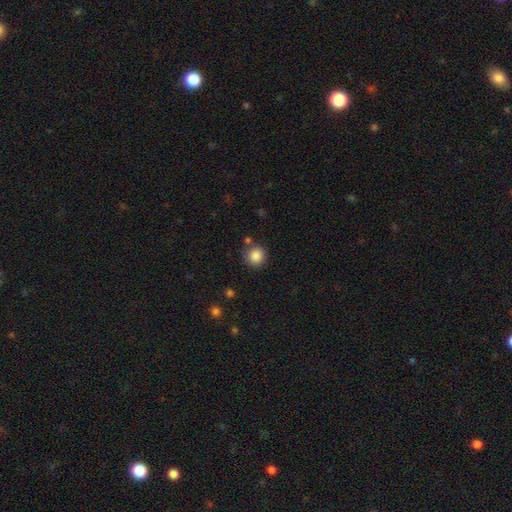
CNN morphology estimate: Q: Smooth or featured?
A: smooth (87%); runner-up: star or artifact (10%)
Q: How rounded?
A: round (91%); runner-up: in between (8%)
Q: Merging?
A: none (81%); runner-up: minor disturbance (10%)